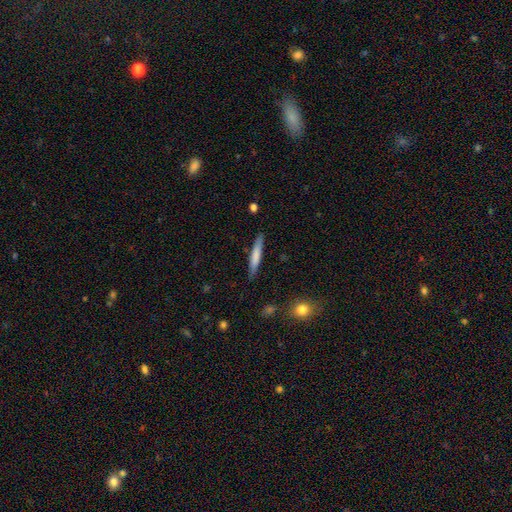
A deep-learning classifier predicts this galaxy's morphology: A smooth galaxy with no disk features (72%) that is cigar-shaped (93%). Merging: none (86%).